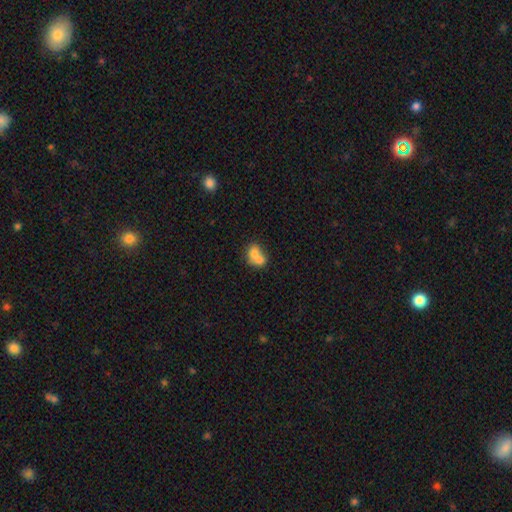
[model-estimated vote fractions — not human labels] This appears to be a smooth galaxy with no disk features (69%) that is round (56%). Merging: merger (72%).